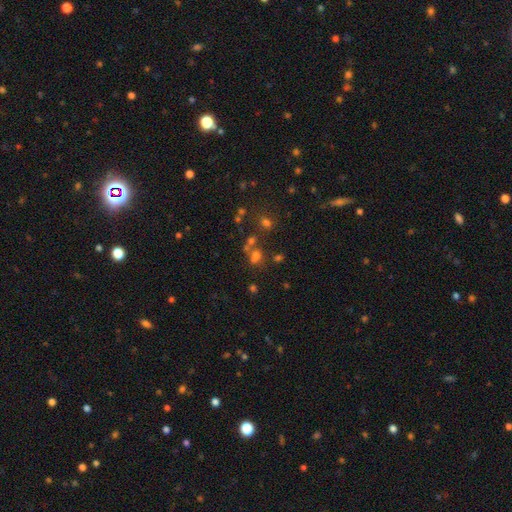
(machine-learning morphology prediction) smooth_or_featured: smooth (p=0.58) [alt: star or artifact p=0.29]
how_rounded: round (p=0.60) [alt: in between p=0.38]
merging: none (p=0.50) [alt: merger p=0.32]